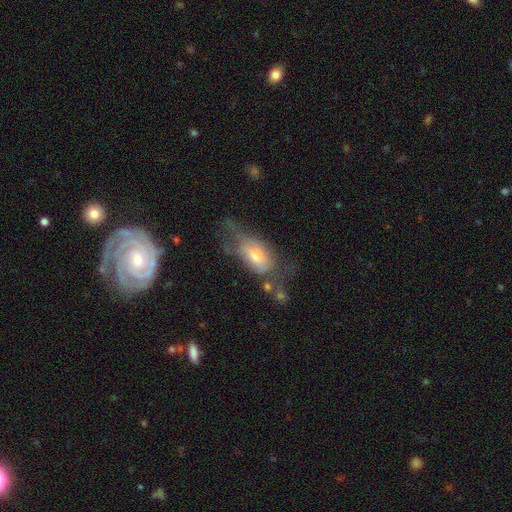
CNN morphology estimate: Smooth or featured: smooth — 50% (featured or disk — 40%)
How rounded: in between — 85% (cigar-shaped — 9%)
Merging: major disturbance — 35% (none — 32%)